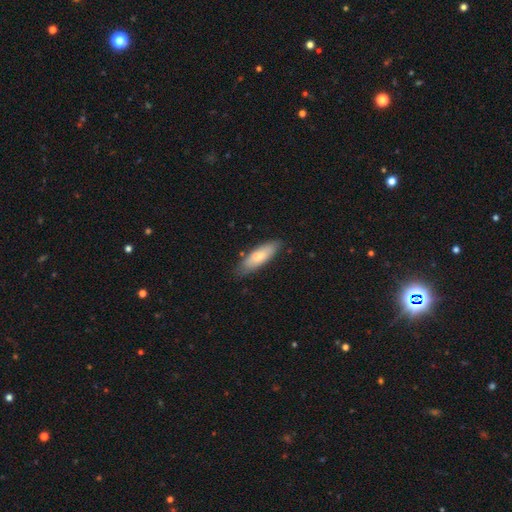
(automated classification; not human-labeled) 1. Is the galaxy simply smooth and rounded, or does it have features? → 73% smooth, 21% featured or disk, 6% star or artifact.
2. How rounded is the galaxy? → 55% in between, 43% cigar-shaped, 2% round.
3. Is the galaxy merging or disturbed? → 79% none, 16% minor disturbance, 3% major disturbance, 2% merger.